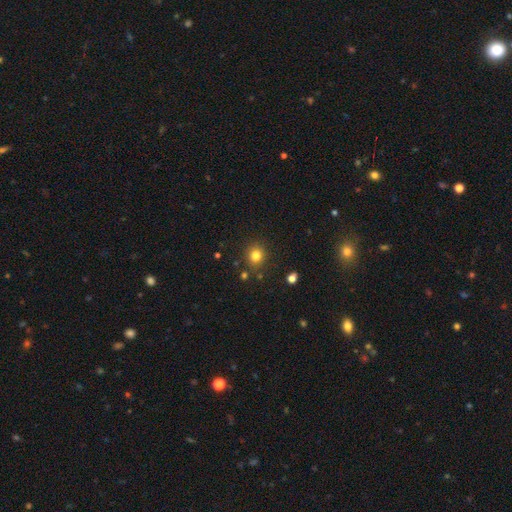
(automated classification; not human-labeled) smooth 80%, star or artifact 14%, featured or disk 6%. Down the decision tree: how rounded — round (81%); merging — none (85%).